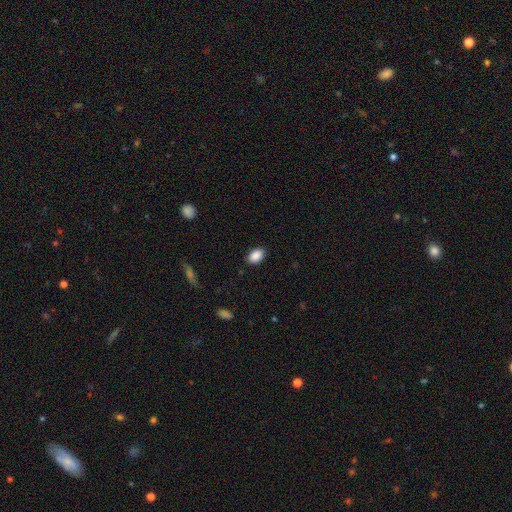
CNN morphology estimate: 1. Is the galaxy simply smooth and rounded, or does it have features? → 89% smooth, 8% star or artifact, 3% featured or disk.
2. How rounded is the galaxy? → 88% in between, 11% round, 1% cigar-shaped.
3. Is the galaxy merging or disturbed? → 87% none, 9% minor disturbance, 2% major disturbance, 1% merger.